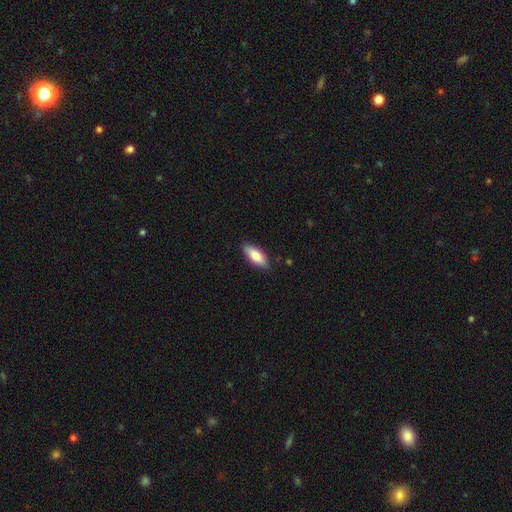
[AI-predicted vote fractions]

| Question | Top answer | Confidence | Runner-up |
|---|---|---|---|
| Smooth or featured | smooth | 81% | featured or disk (13%) |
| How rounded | in between | 77% | cigar-shaped (21%) |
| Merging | none | 86% | minor disturbance (11%) |